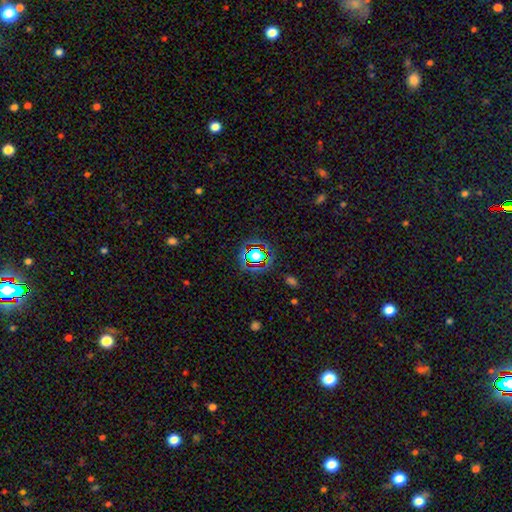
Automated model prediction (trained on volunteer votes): smooth-or-featured: star or artifact: 56% | smooth: 30% | featured or disk: 13%